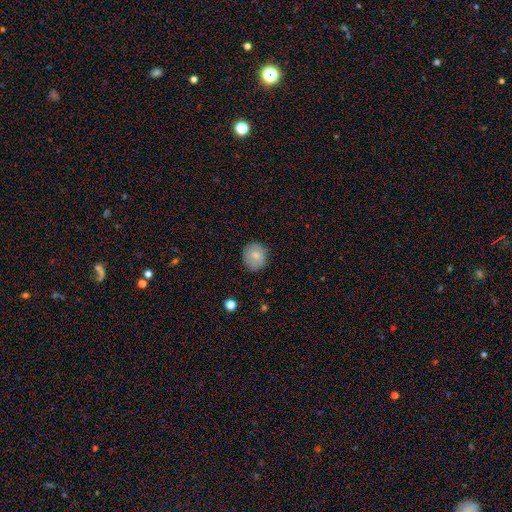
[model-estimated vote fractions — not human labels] Smooth or featured?
  - smooth: 80% *
  - featured or disk: 12%
  - star or artifact: 8%
How rounded?
  - round: 83% *
  - in between: 16%
  - cigar-shaped: 1%
Merging?
  - none: 84% *
  - minor disturbance: 12%
  - major disturbance: 2%
  - merger: 1%